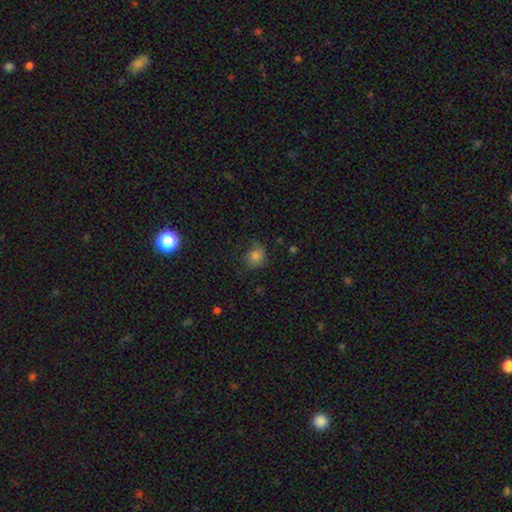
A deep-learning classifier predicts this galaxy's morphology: Smooth or featured: smooth — 77% (star or artifact — 14%)
How rounded: round — 71% (in between — 28%)
Merging: none — 62% (minor disturbance — 26%)